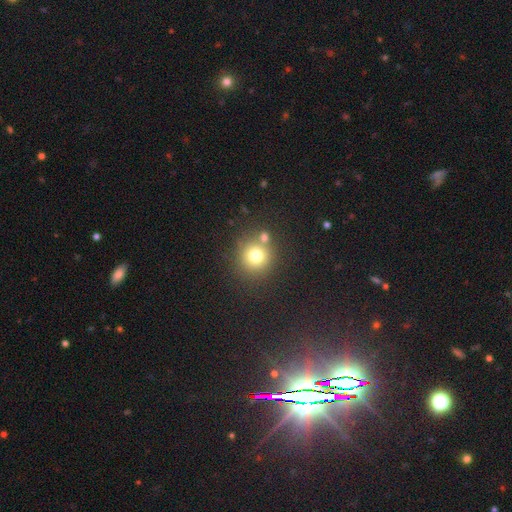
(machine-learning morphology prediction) Q: Smooth or featured?
A: smooth (75%); runner-up: star or artifact (15%)
Q: How rounded?
A: round (92%); runner-up: in between (7%)
Q: Merging?
A: none (72%); runner-up: merger (16%)